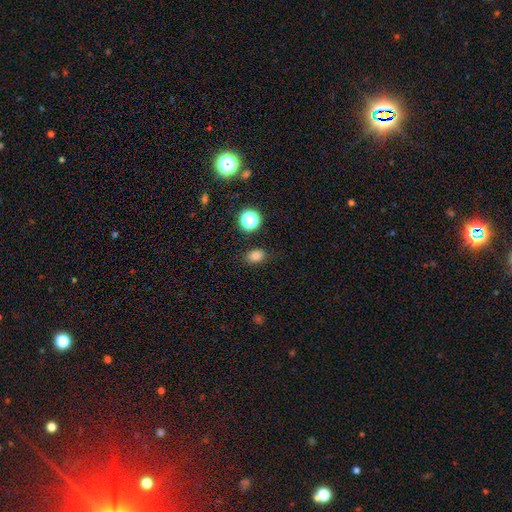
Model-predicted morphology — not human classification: This appears to be a smooth galaxy with no disk features (81%) that is in between round and cigar-shaped (70%). Merging: none (84%).